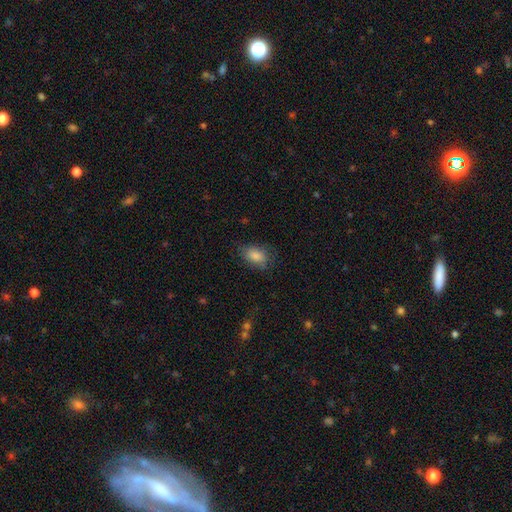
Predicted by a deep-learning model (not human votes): Smooth or featured: smooth — 85% (featured or disk — 8%)
How rounded: in between — 87% (round — 12%)
Merging: none — 70% (minor disturbance — 21%)